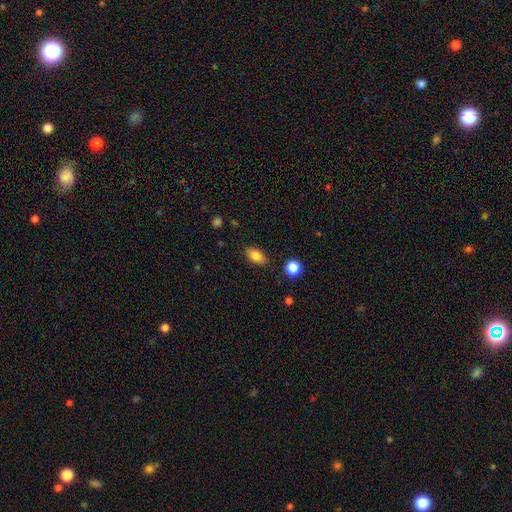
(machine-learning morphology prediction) Overall: smooth (82%). How rounded: in between (88%). Merging: none (86%).